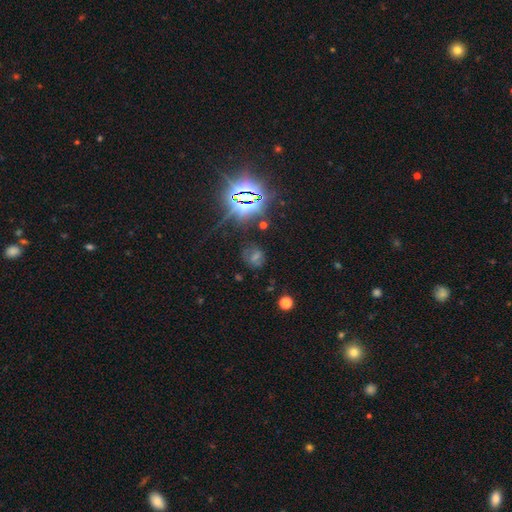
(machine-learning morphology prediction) star or artifact 60%, smooth 21%, featured or disk 19%.